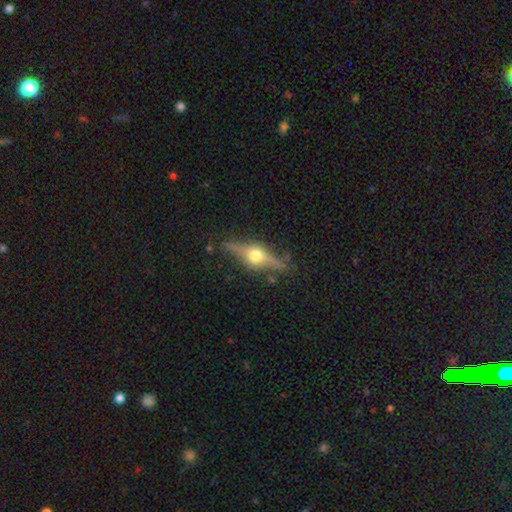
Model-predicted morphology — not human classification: Smooth or featured? featured or disk (75%)
Edge-on disk? yes (94%)
Edge-on bulge? rounded (96%)
Merging? none (81%)